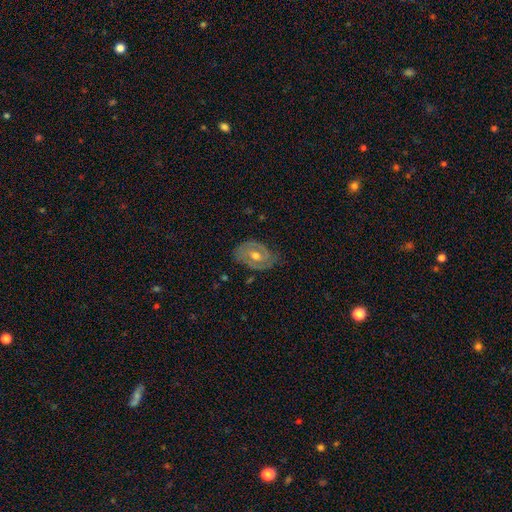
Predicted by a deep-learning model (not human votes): The model was most divided on "spiral winding": tight: 58%, medium: 31%, loose: 10%. More confident: edge-on disk — no (95%); bulge size — moderate (76%); spiral arms — yes (74%); smooth or featured — featured or disk (73%); merging — none (72%); spiral arm count — 2 (62%); bar — no (60%).